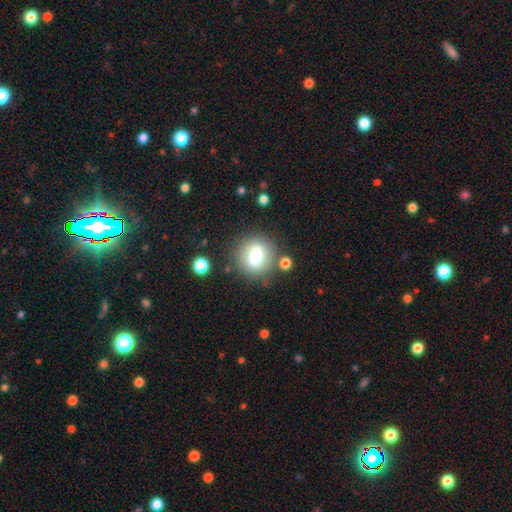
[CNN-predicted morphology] Q: Smooth or featured?
A: smooth (72%); runner-up: featured or disk (19%)
Q: How rounded?
A: round (77%); runner-up: in between (21%)
Q: Merging?
A: none (78%); runner-up: minor disturbance (11%)